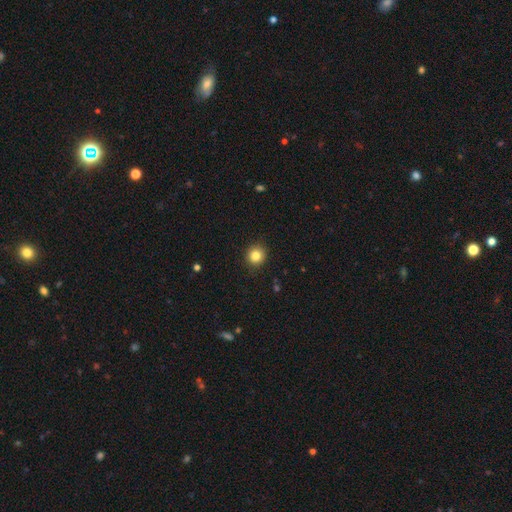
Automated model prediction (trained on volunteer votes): Q: Smooth or featured?
A: smooth (83%); runner-up: star or artifact (11%)
Q: How rounded?
A: round (91%); runner-up: in between (8%)
Q: Merging?
A: none (90%); runner-up: minor disturbance (7%)